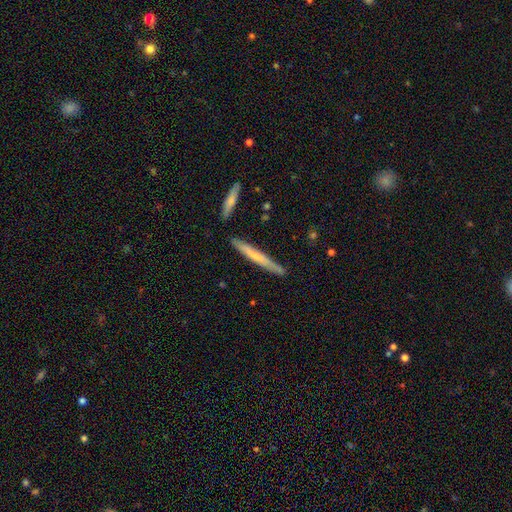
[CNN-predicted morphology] A smooth galaxy with no disk features (55%) that is cigar-shaped (96%).

Vote fractions:
- Smooth or featured? smooth: 55% / featured or disk: 39% / star or artifact: 5%
- How rounded? cigar-shaped: 96% / in between: 3% / round: 1%
- Merging? none: 85% / minor disturbance: 10% / merger: 3% / major disturbance: 2%